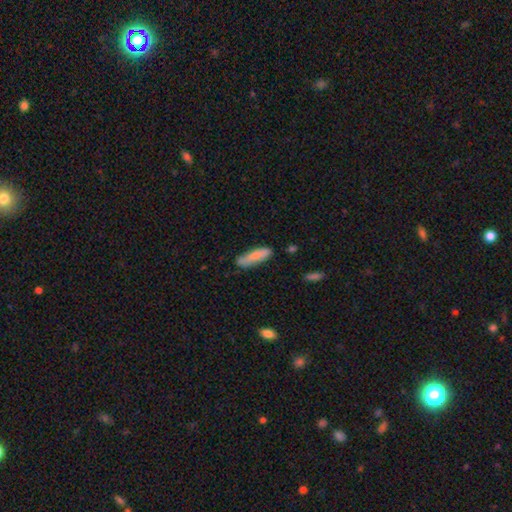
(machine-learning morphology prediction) Smooth or featured?
  - smooth: 77% *
  - featured or disk: 17%
  - star or artifact: 6%
How rounded?
  - cigar-shaped: 63% *
  - in between: 35%
  - round: 2%
Merging?
  - none: 75% *
  - minor disturbance: 19%
  - major disturbance: 3%
  - merger: 3%